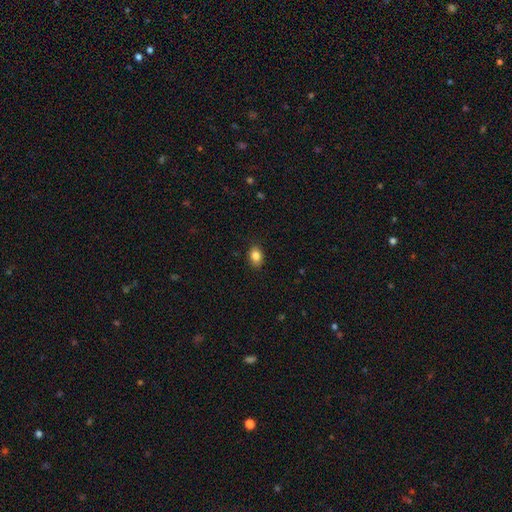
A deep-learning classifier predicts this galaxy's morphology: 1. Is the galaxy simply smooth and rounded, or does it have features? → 85% smooth, 9% star or artifact, 6% featured or disk.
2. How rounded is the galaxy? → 74% in between, 24% round, 1% cigar-shaped.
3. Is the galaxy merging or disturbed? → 87% none, 10% minor disturbance, 2% major disturbance, 1% merger.